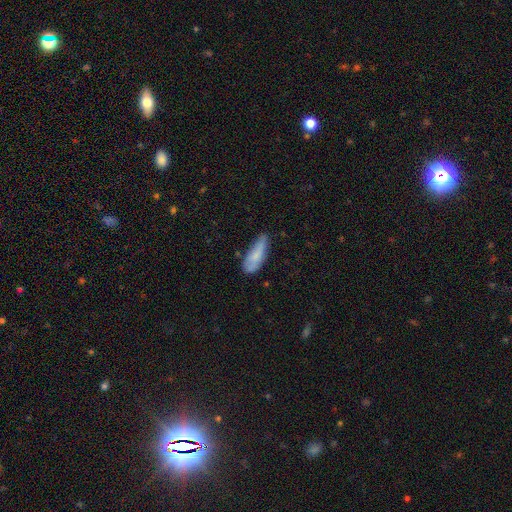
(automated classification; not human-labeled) smooth-or-featured: smooth: 76% | featured or disk: 17% | star or artifact: 7%
  how-rounded: in between: 59% | cigar-shaped: 39% | round: 2%
  merging: none: 52% | minor disturbance: 36% | major disturbance: 9% | merger: 3%